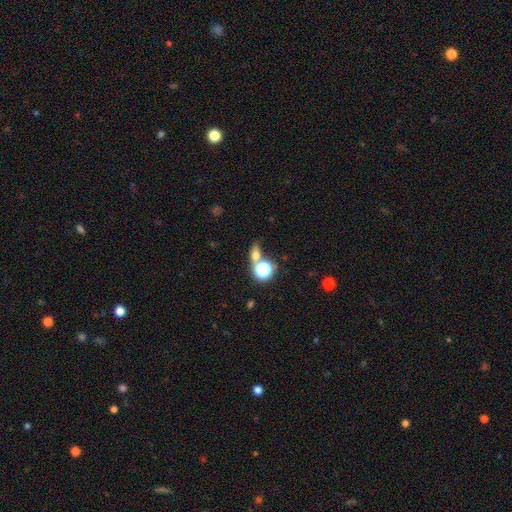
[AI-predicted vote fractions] Smooth or featured? smooth (61%)
How rounded? in between (51%)
Merging? none (58%)